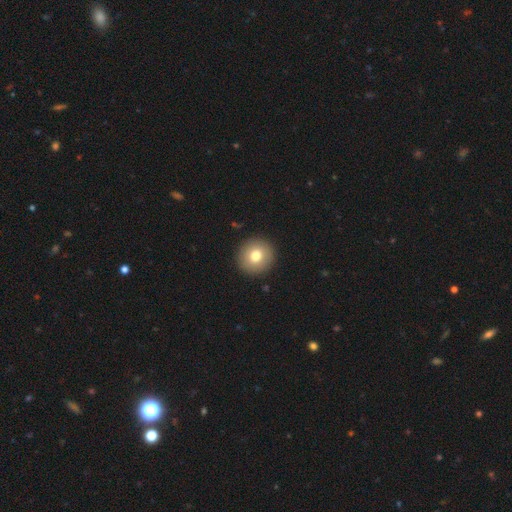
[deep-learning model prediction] Smooth or featured: smooth — 76% (featured or disk — 14%)
How rounded: round — 95% (in between — 4%)
Merging: none — 92% (minor disturbance — 5%)